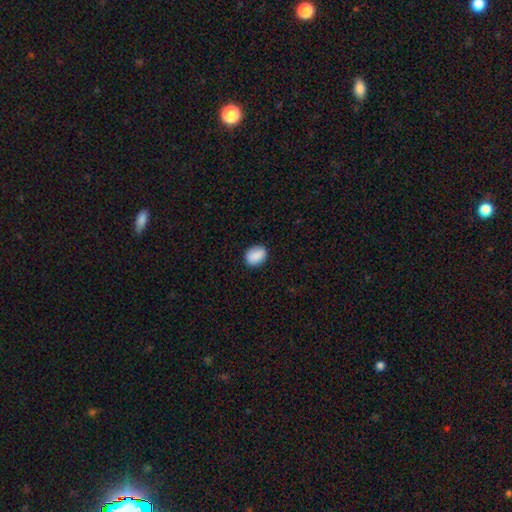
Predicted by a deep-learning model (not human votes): The model was most divided on "how rounded": in between: 60%, round: 39%, cigar-shaped: 1%. More confident: smooth or featured — smooth (89%); merging — none (88%).